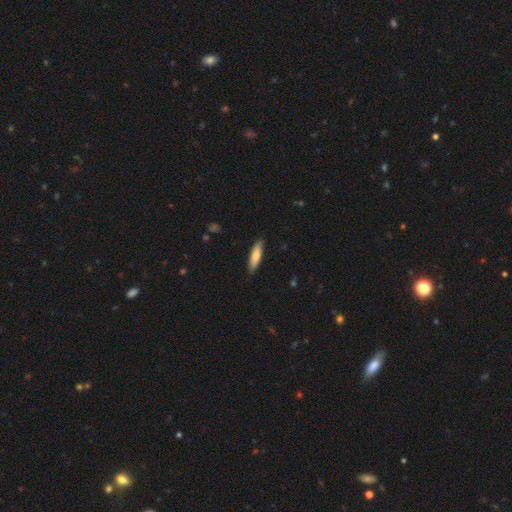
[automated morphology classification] Smooth or featured? smooth (76%)
How rounded? cigar-shaped (67%)
Merging? none (86%)